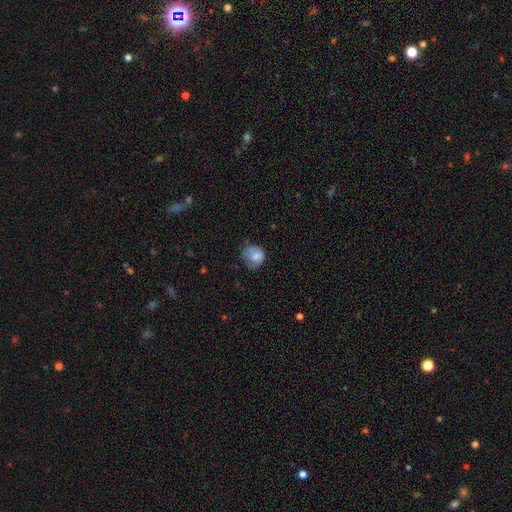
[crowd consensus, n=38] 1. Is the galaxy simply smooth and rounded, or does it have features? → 87% smooth, 8% star or artifact, 5% featured or disk.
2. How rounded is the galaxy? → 64% round, 36% in between, 0% cigar-shaped.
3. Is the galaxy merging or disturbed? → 46% none, 29% minor disturbance, 26% major disturbance, 0% merger.